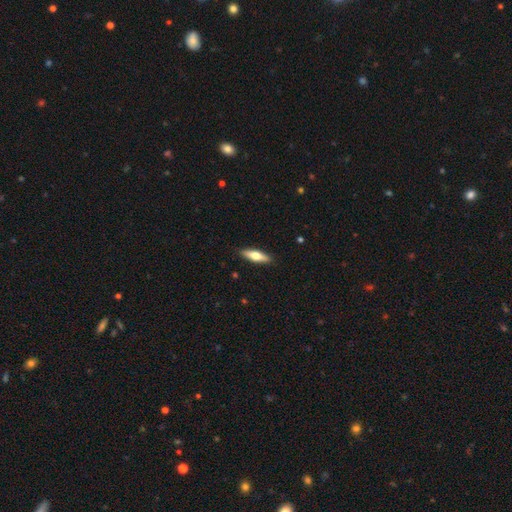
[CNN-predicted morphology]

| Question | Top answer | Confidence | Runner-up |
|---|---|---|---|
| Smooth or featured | smooth | 58% | featured or disk (37%) |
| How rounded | cigar-shaped | 58% | in between (40%) |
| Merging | none | 90% | minor disturbance (8%) |